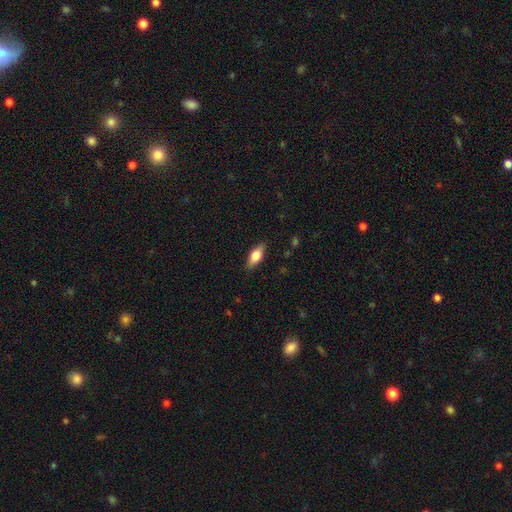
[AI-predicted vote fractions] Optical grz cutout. It shows a smooth galaxy with no disk features (68%) that is in between round and cigar-shaped (75%). Merging: none (86%).